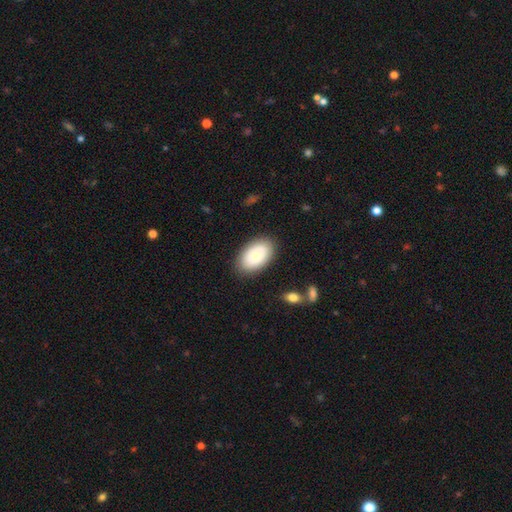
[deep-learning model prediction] Smooth or featured: smooth — 65% (featured or disk — 29%)
How rounded: in between — 91% (round — 8%)
Merging: none — 84% (minor disturbance — 12%)